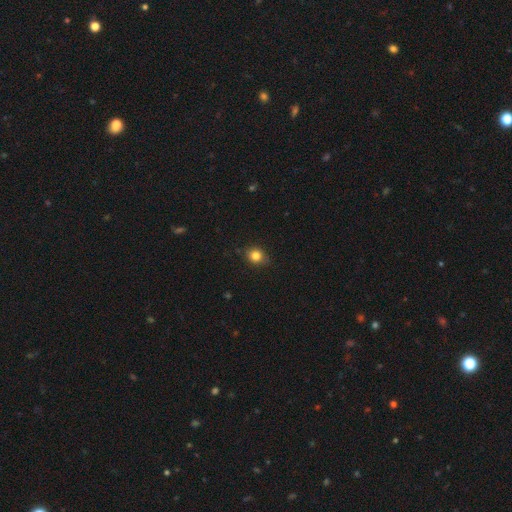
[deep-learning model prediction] Overall: smooth (82%). How rounded: round (71%). Merging: none (80%).